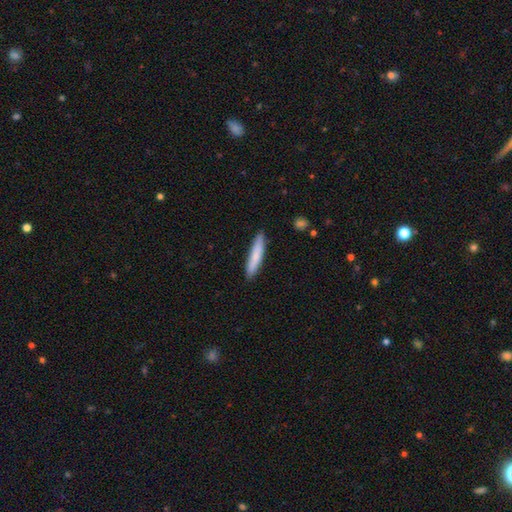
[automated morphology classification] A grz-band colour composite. It shows a smooth galaxy with no disk features (78%) that is cigar-shaped (90%). Merging: none (88%).